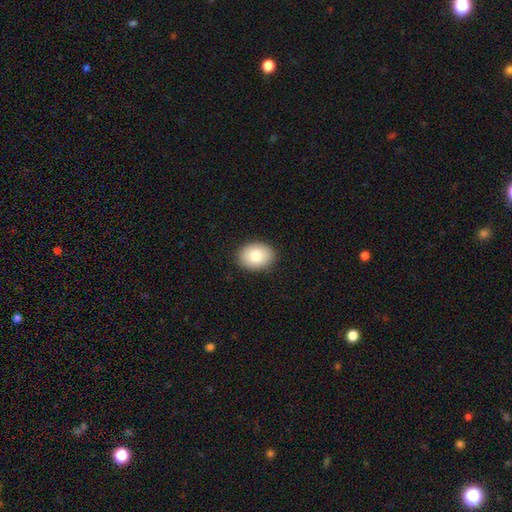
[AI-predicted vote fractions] Overall: smooth (80%). How rounded: in between (60%; round 39%). Merging: none (89%).